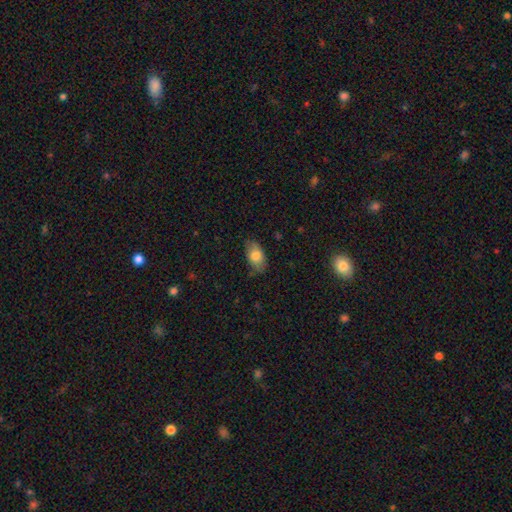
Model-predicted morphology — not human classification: smooth 79%, featured or disk 14%, star or artifact 7%. Down the decision tree: how rounded — in between (91%); merging — none (77%).